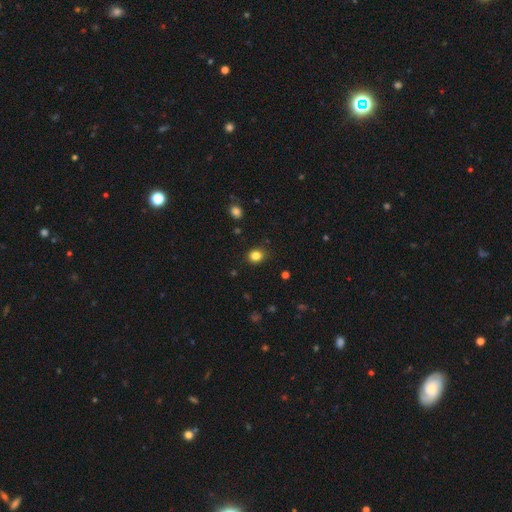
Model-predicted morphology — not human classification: type=smooth (83%); roundness=round (70%); merging=none (88%).